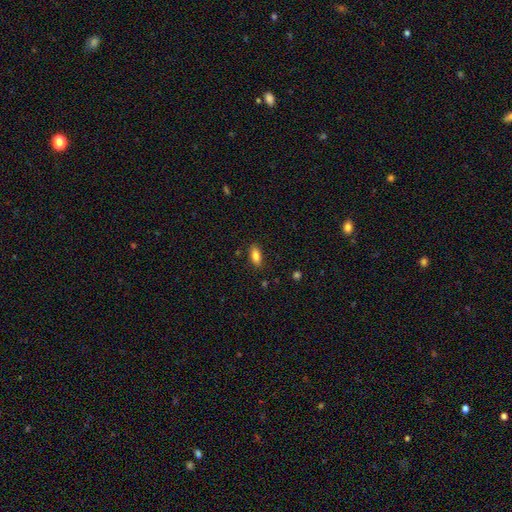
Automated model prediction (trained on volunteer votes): Smooth or featured? smooth (83%)
How rounded? in between (86%)
Merging? none (86%)